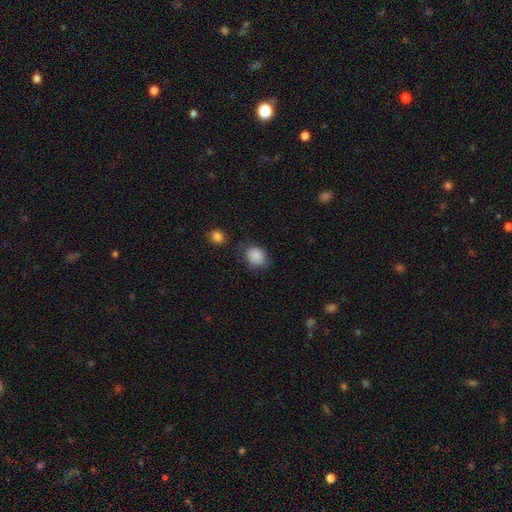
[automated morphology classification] Smooth or featured? Predicted: smooth (p=0.87). How rounded? Predicted: round (p=0.62). Merging? Predicted: none (p=0.69).